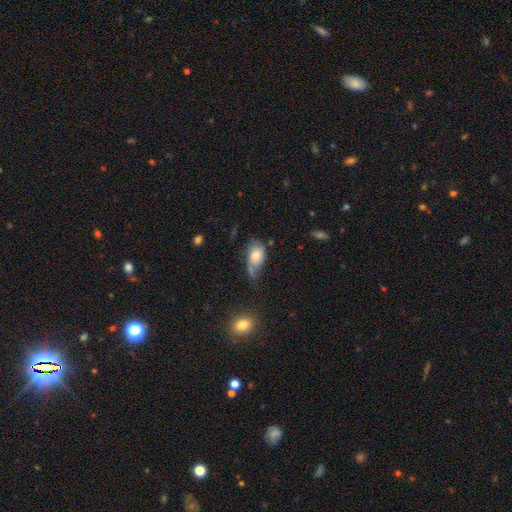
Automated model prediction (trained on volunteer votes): Overall: smooth (62%; featured or disk 30%). How rounded: in between (87%). Merging: minor disturbance (36%; none 29%).